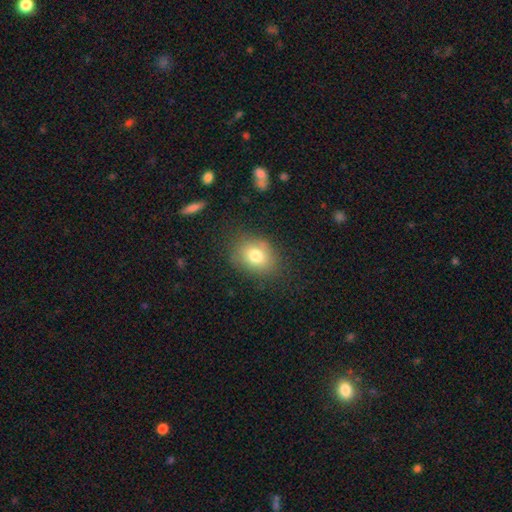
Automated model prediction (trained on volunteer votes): A smooth galaxy with no disk features (77%) that is in between round and cigar-shaped (59%). Merging: none (78%).